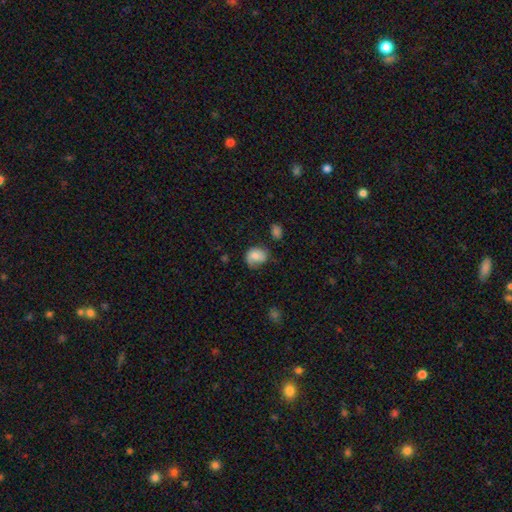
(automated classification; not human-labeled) Morphology: type=smooth (73%); roundness=round (51%); merging=none (50%).